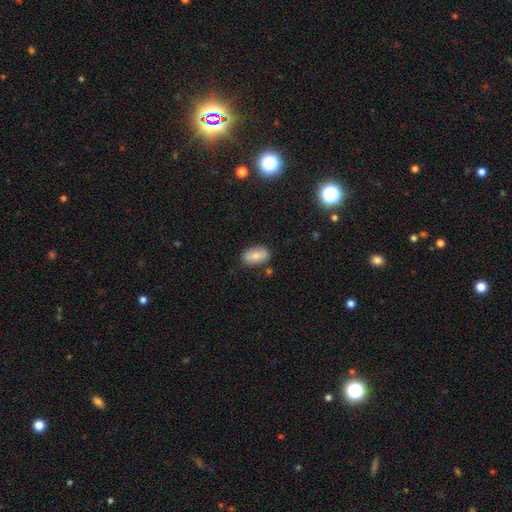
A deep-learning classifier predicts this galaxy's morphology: Q: Smooth or featured?
A: smooth (74%); runner-up: featured or disk (18%)
Q: How rounded?
A: in between (91%); runner-up: round (6%)
Q: Merging?
A: none (80%); runner-up: minor disturbance (13%)